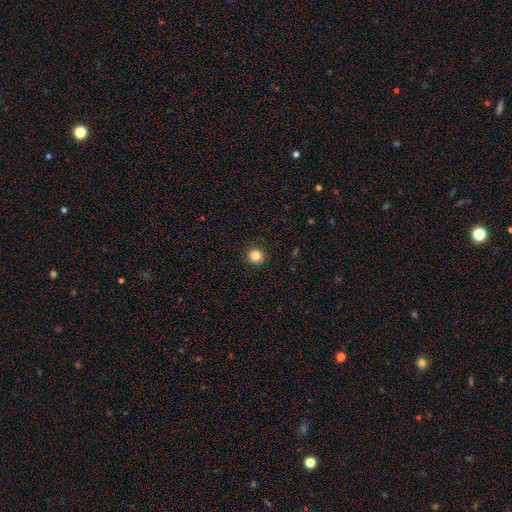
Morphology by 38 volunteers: This appears to be a smooth galaxy with no disk features (92%) that is round (97%). Merging: none (97%).